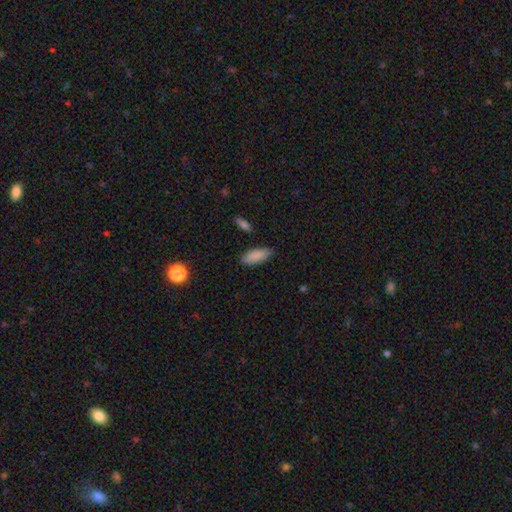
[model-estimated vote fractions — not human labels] Overall: smooth (88%). How rounded: in between (82%). Merging: none (82%).